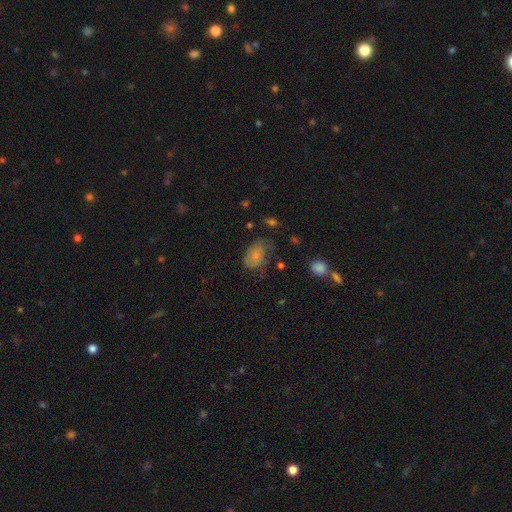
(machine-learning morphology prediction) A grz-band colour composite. It shows a smooth galaxy with no disk features (70%) that is in between round and cigar-shaped (79%). Merging: none (39%).